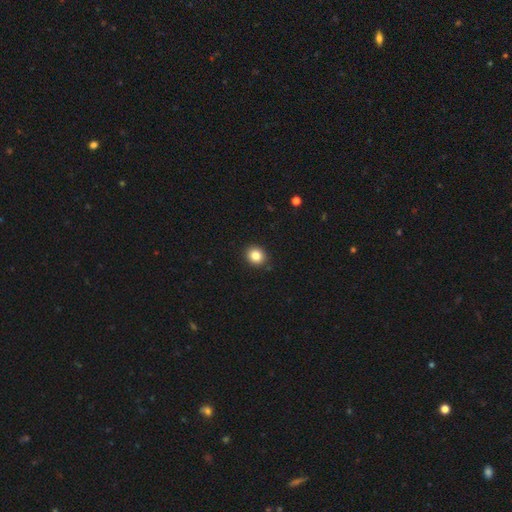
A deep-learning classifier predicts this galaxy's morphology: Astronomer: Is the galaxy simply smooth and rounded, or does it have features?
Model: smooth — 85%.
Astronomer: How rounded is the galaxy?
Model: round — 76%.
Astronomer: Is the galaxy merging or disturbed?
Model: none — 90%.